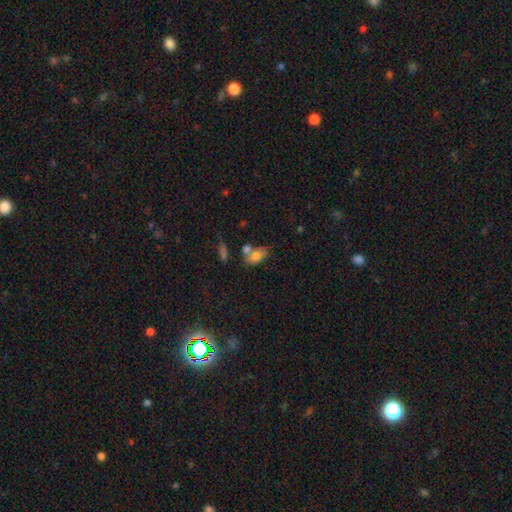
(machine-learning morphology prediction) The model was most divided on "merging" (2-way tie): none: 36%, merger: 36%, minor disturbance: 19%, major disturbance: 9%. More confident: how rounded — in between (85%); smooth or featured — smooth (70%).